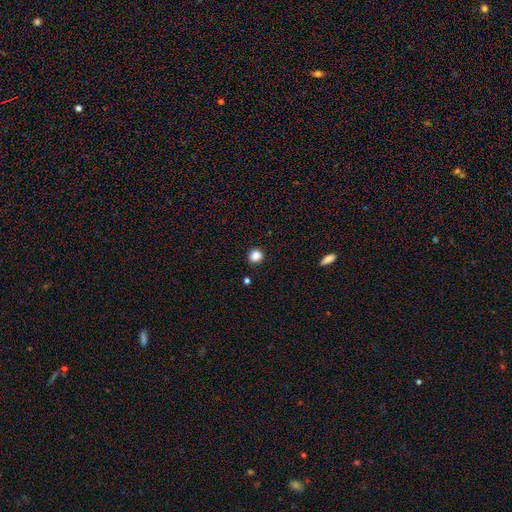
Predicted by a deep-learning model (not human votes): smooth 86%, star or artifact 11%, featured or disk 3%. Down the decision tree: how rounded — round (90%); merging — none (91%).